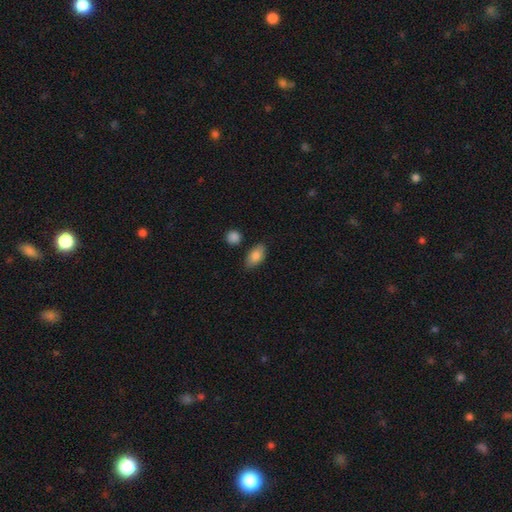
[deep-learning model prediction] This appears to be a smooth galaxy with no disk features (83%) that is in between round and cigar-shaped (91%). Merging: none (81%).